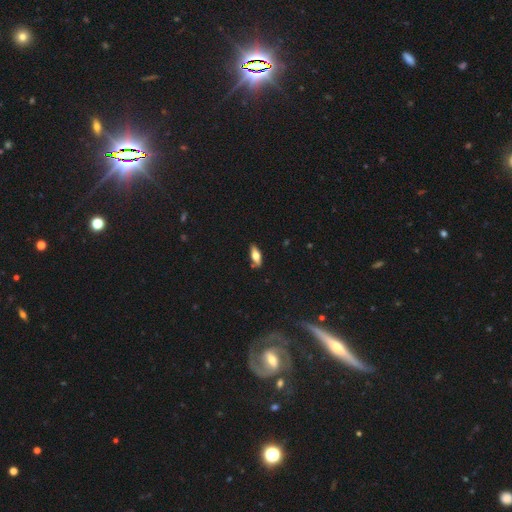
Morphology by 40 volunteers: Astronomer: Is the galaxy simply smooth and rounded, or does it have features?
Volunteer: smooth — 60% (runner-up: featured or disk, 40%).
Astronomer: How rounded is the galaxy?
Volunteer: in between — 79%.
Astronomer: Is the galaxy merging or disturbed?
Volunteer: none — 92%.